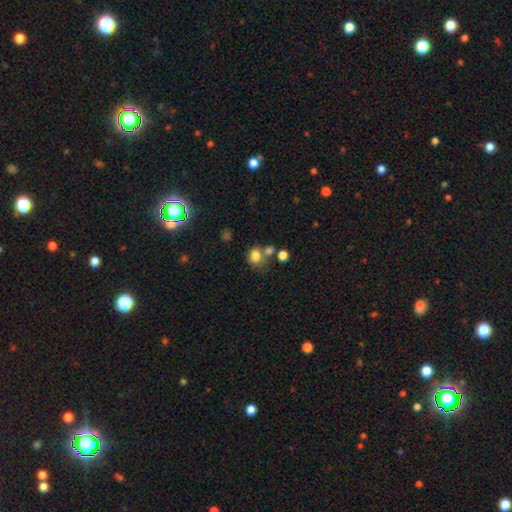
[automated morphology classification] Overall: smooth (78%). How rounded: round (58%; in between 41%). Merging: none (49%; merger 29%).